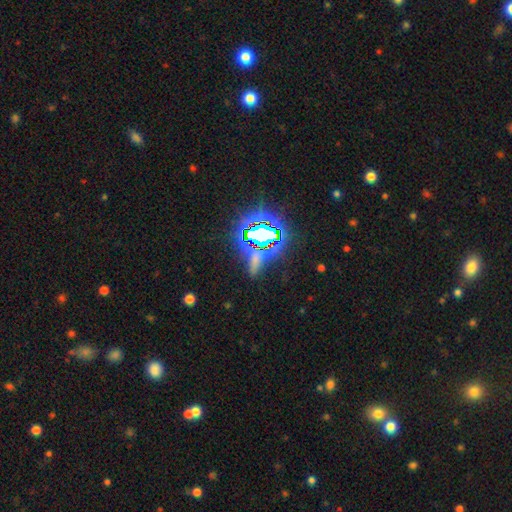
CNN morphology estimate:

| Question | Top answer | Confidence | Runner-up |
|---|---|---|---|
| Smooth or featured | star or artifact | 67% | smooth (21%) |